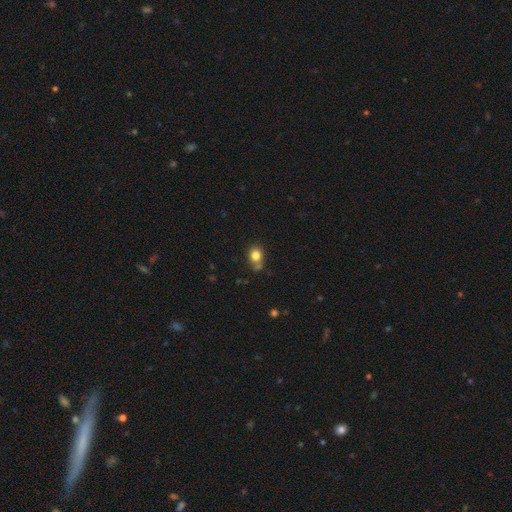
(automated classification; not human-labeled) smooth 81%, star or artifact 11%, featured or disk 8%. Down the decision tree: how rounded — round (68%); merging — none (63%).